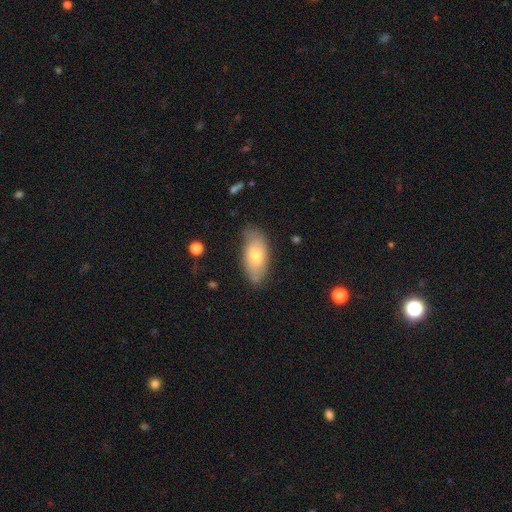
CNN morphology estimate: smooth 65%, featured or disk 29%, star or artifact 6%. Down the decision tree: how rounded — in between (90%); merging — none (71%).